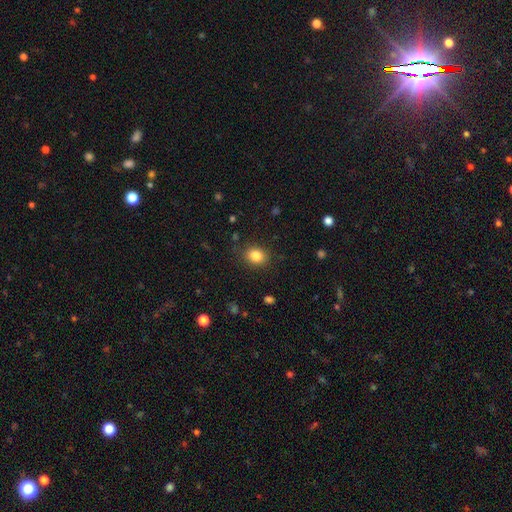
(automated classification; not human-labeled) The model was most divided on "how rounded": in between: 53%, round: 47%, cigar-shaped: 1%. More confident: merging — none (86%); smooth or featured — smooth (84%).